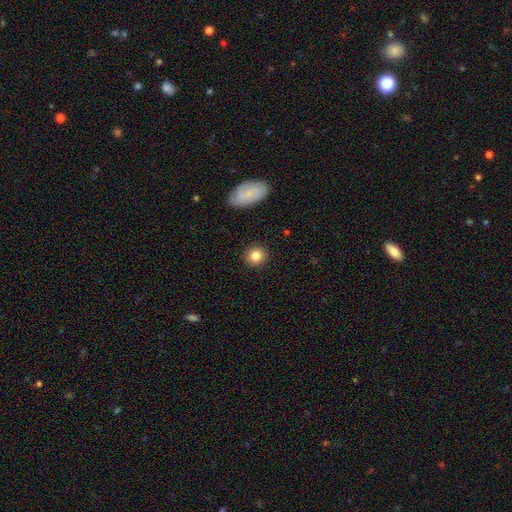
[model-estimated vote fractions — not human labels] A smooth galaxy with no disk features (84%) that is round (87%).

Vote fractions:
- Smooth or featured? smooth: 84% / star or artifact: 9% / featured or disk: 7%
- How rounded? round: 87% / in between: 12% / cigar-shaped: 1%
- Merging? none: 90% / minor disturbance: 6% / major disturbance: 2% / merger: 1%